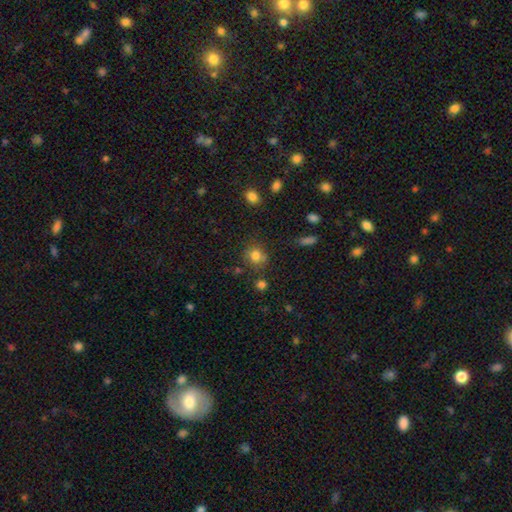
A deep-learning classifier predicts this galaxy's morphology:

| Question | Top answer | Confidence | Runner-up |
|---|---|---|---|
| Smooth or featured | smooth | 80% | star or artifact (12%) |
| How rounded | round | 83% | in between (16%) |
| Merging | none | 71% | minor disturbance (16%) |